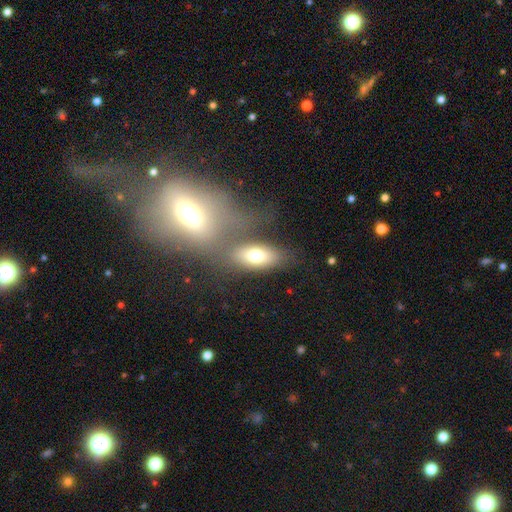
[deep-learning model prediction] Smooth or featured? smooth (70%)
How rounded? in between (82%)
Merging? none (58%)